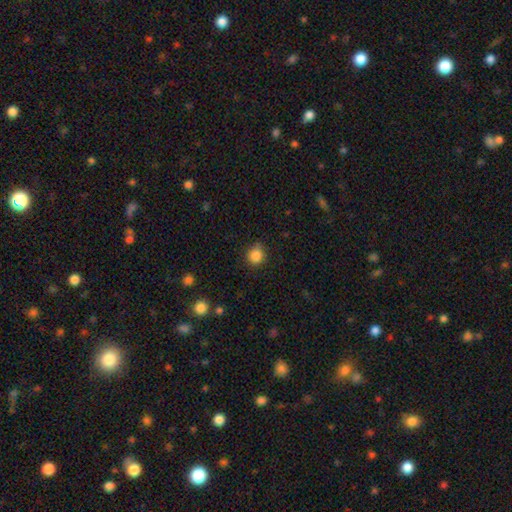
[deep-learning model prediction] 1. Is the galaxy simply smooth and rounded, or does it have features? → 85% smooth, 11% star or artifact, 4% featured or disk.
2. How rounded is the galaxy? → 87% round, 13% in between, 1% cigar-shaped.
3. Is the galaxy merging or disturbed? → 76% none, 19% minor disturbance, 3% major disturbance, 2% merger.